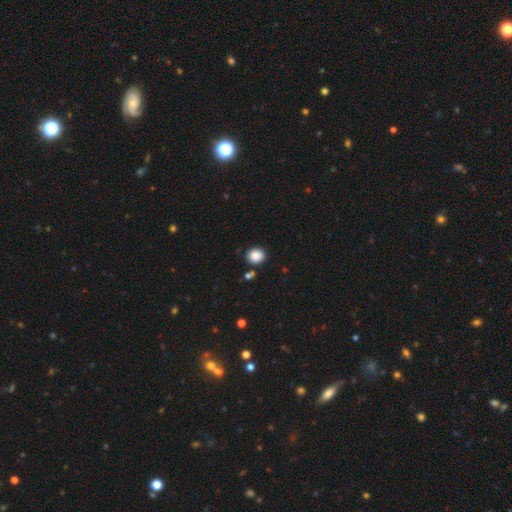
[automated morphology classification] type=smooth (88%); roundness=round (80%); merging=none (84%).